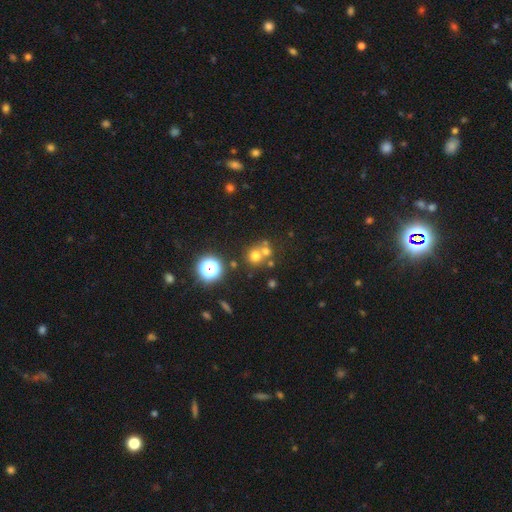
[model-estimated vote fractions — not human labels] Smooth or featured?
  - smooth: 64% *
  - star or artifact: 22%
  - featured or disk: 14%
How rounded?
  - round: 87% *
  - in between: 12%
  - cigar-shaped: 1%
Merging?
  - none: 53% *
  - merger: 36%
  - minor disturbance: 8%
  - major disturbance: 3%